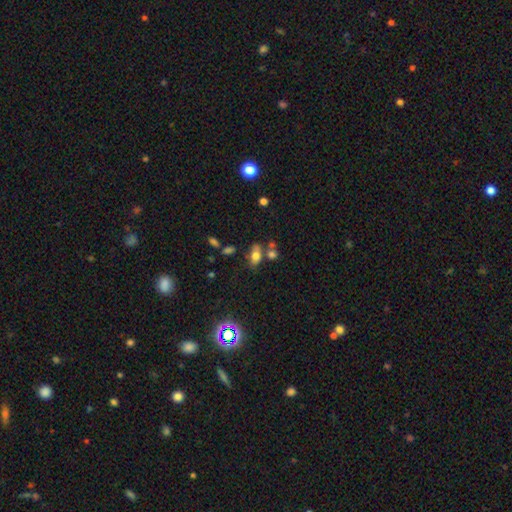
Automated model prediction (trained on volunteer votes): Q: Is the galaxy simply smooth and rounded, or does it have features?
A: smooth — 73%.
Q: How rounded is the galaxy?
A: in between — 86%.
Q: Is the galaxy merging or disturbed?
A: none — 60%.